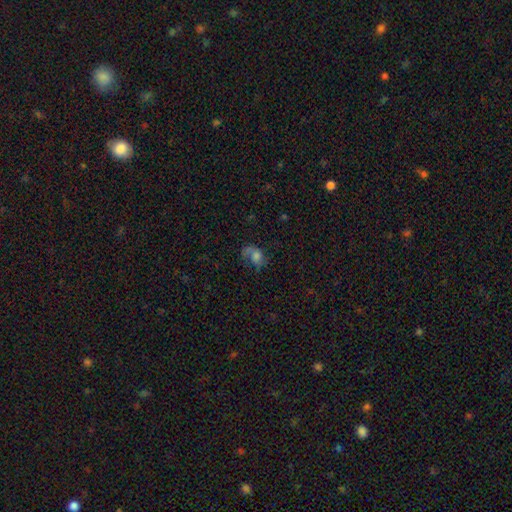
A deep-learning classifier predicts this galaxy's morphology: The model was most divided on "smooth or featured": smooth: 45%, featured or disk: 41%, star or artifact: 13%. Remaining: merging — none (39%).